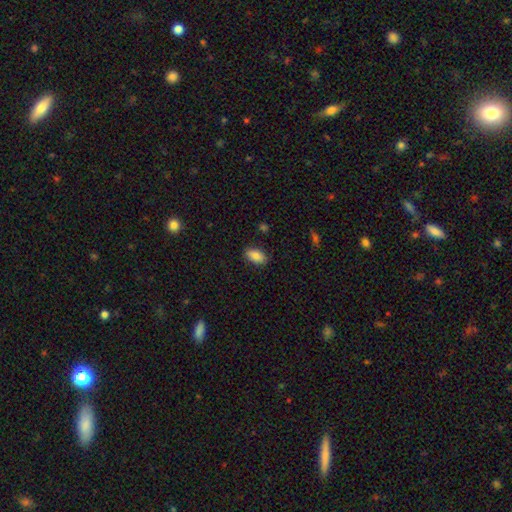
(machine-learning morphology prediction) This is clearly a smooth galaxy (84%). How rounded: clearly in between (92%). Merging: clearly none (85%).